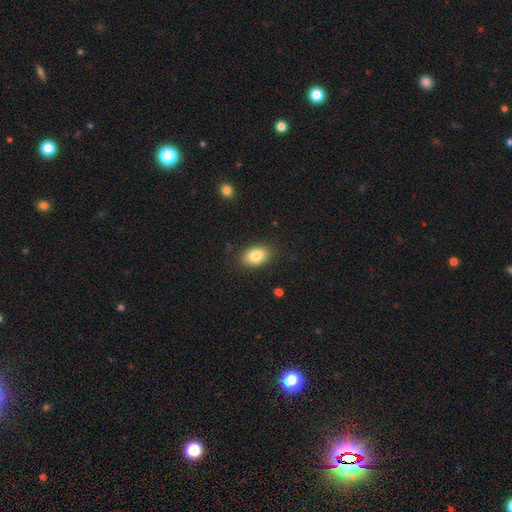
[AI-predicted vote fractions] This appears to be a smooth galaxy with no disk features (83%) that is in between round and cigar-shaped (85%). Merging: none (86%).